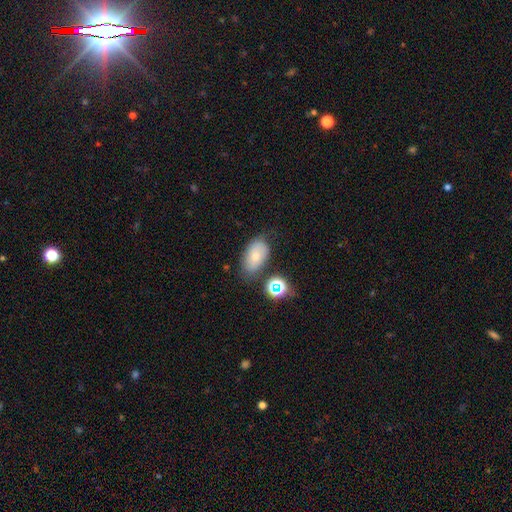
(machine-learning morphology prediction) Smooth or featured? smooth (69%)
How rounded? in between (88%)
Merging? none (61%)